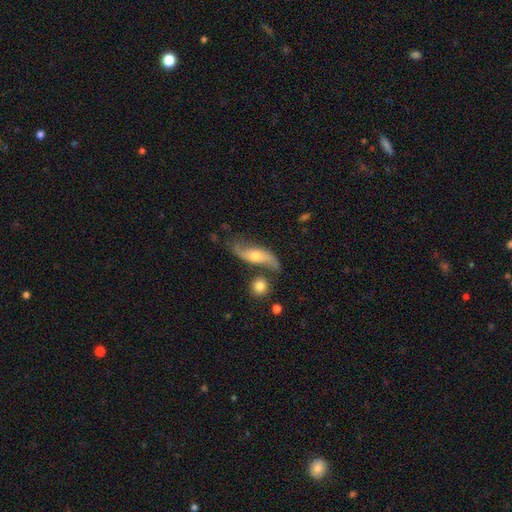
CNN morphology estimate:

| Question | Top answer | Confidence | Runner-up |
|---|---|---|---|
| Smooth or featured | featured or disk | 76% | smooth (18%) |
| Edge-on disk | no | 83% | yes (17%) |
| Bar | no | 58% | weak (31%) |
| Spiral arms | yes | 92% | no (8%) |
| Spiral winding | loose | 75% | medium (19%) |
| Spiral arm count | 2 | 91% | can't tell (4%) |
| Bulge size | moderate | 56% | small (32%) |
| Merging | none | 62% | minor disturbance (18%) |